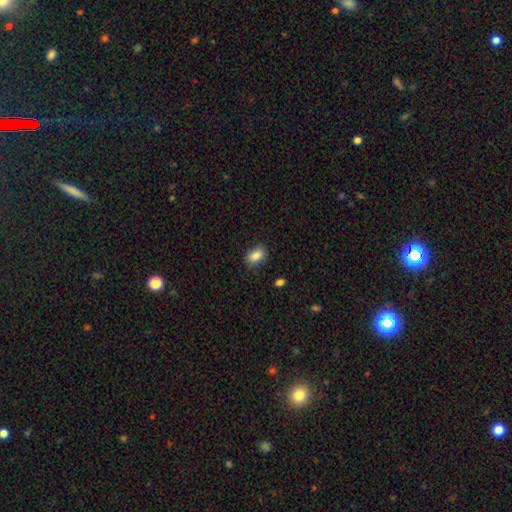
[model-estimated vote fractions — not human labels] smooth_or_featured: smooth (p=0.87) [alt: star or artifact p=0.08]
how_rounded: in between (p=0.84) [alt: round p=0.15]
merging: none (p=0.83) [alt: minor disturbance p=0.13]